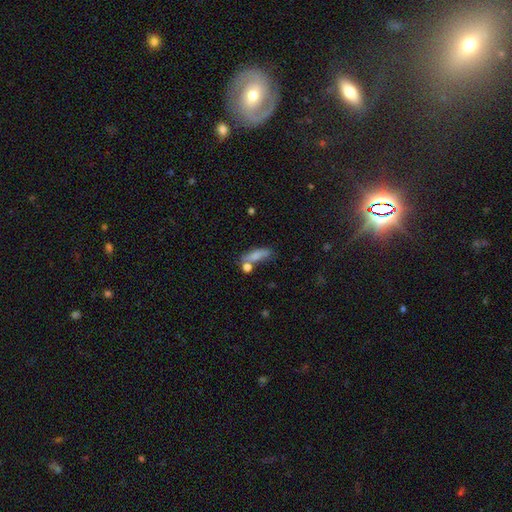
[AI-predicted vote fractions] Morphology: type=smooth (73%); roundness=in between (52%); merging=none (42%).